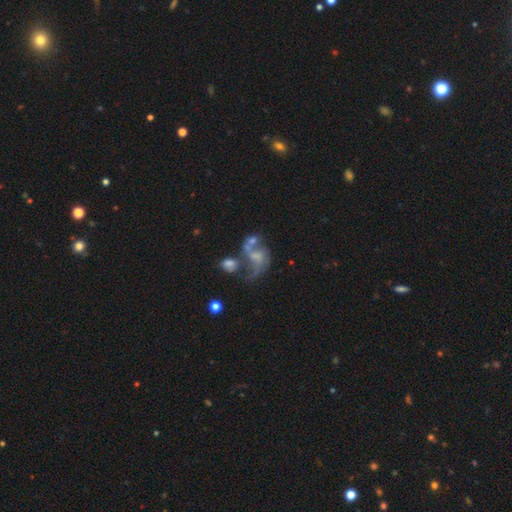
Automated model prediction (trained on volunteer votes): featured or disk 63%, smooth 24%, star or artifact 13%. Down the decision tree: edge-on disk — no (98%); bar — no (67%); spiral arms — yes (65%); bulge size — none (39%); merging — merger (38%).